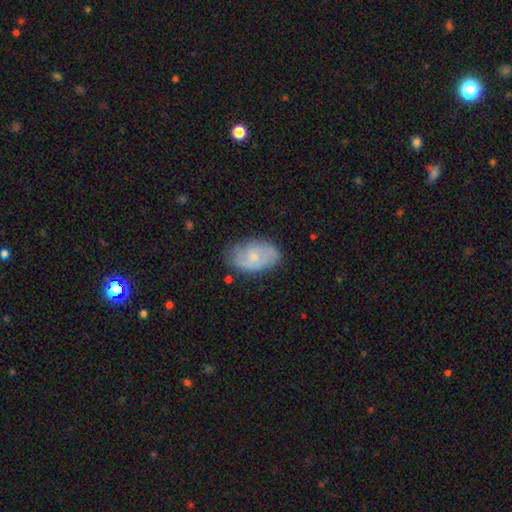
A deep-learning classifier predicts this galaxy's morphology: featured or disk 61%, smooth 33%, star or artifact 7%. Down the decision tree: edge-on disk — no (96%); bar — no (66%); spiral arms — yes (87%); spiral arm count — 2 (56%); spiral winding — medium (44%); bulge size — small (63%); merging — none (71%).